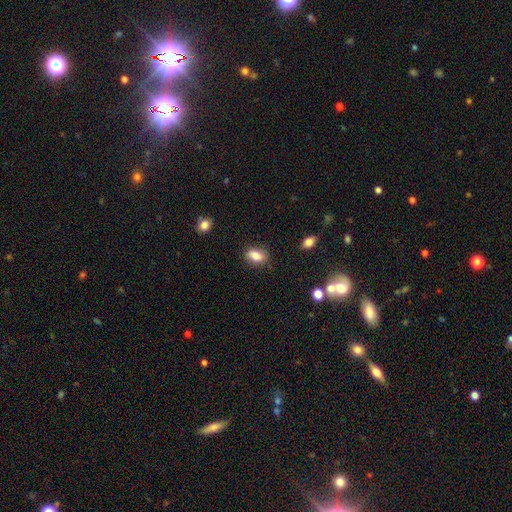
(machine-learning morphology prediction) smooth-or-featured: smooth: 83% | star or artifact: 9% | featured or disk: 9%
  how-rounded: in between: 84% | round: 13% | cigar-shaped: 3%
  merging: none: 83% | minor disturbance: 13% | major disturbance: 3% | merger: 2%